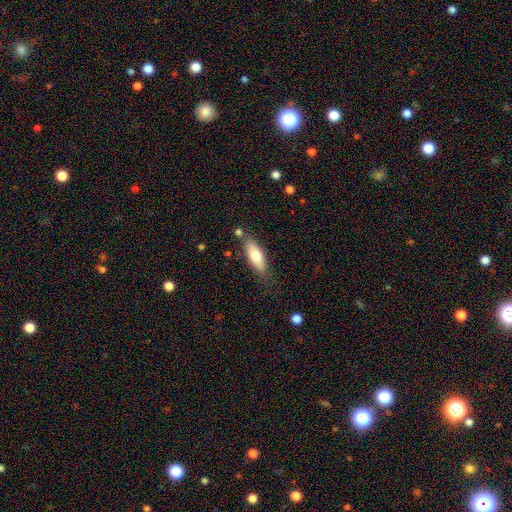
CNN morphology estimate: smooth-or-featured: smooth: 69% | featured or disk: 24% | star or artifact: 6%
  how-rounded: in between: 61% | cigar-shaped: 37% | round: 2%
  merging: none: 72% | minor disturbance: 17% | merger: 6% | major disturbance: 4%